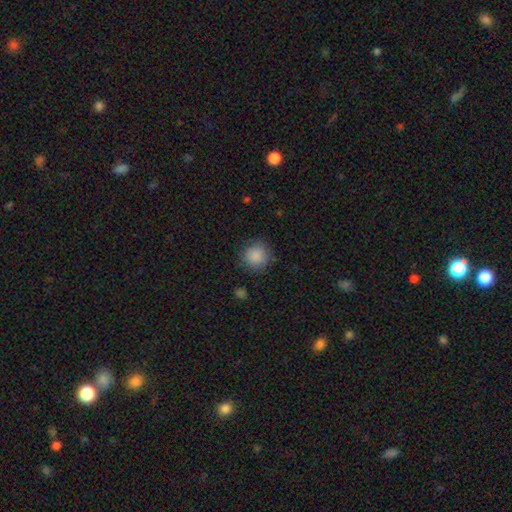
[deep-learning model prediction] The model was most divided on "merging": none: 85%, minor disturbance: 10%, major disturbance: 3%, merger: 1%. More confident: how rounded — round (92%); smooth or featured — smooth (87%).